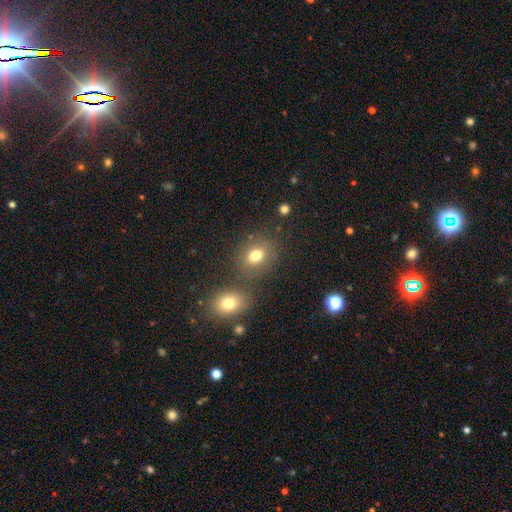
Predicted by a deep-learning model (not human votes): Overall: smooth (75%). How rounded: in between (53%; round 46%). Merging: none (67%).